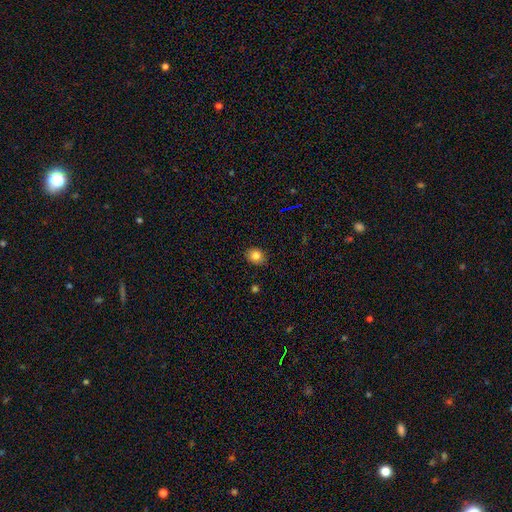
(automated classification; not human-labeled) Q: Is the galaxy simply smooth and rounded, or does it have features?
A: smooth — 82%.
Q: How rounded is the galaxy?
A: round — 64%.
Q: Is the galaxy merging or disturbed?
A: none — 85%.